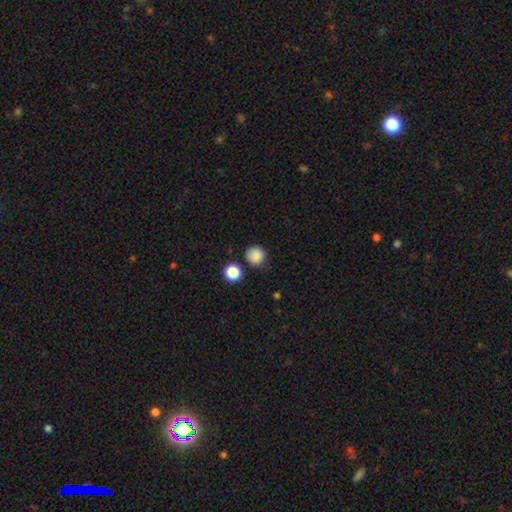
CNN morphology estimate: This appears to be a smooth galaxy with no disk features (86%) that is round (93%). Merging: none (81%).